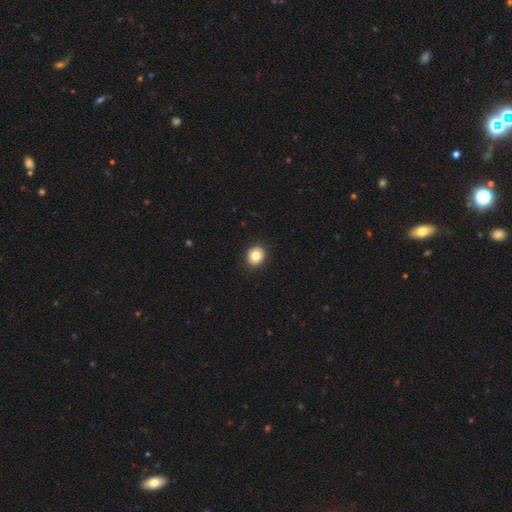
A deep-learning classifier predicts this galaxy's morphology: Smooth or featured? Predicted: smooth (p=0.82). How rounded? Predicted: round (p=0.78). Merging? Predicted: none (p=0.91).